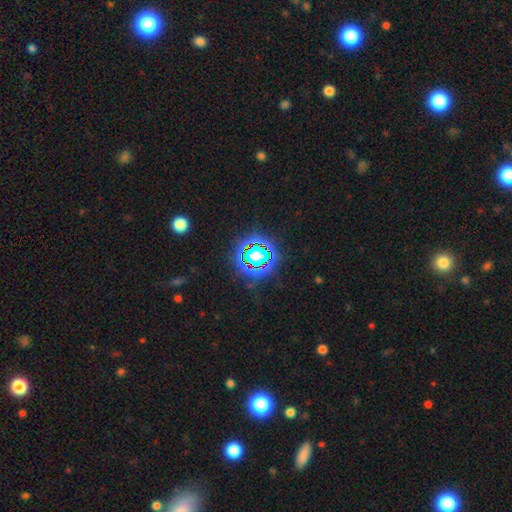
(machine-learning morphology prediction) Q: Smooth or featured?
A: star or artifact (70%); runner-up: smooth (18%)